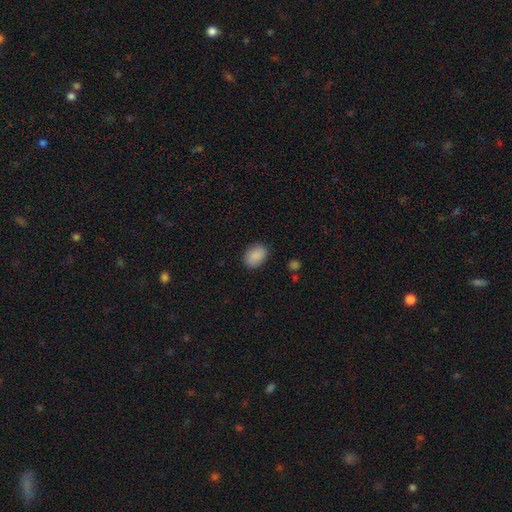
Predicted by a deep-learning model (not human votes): Smooth or featured? Predicted: smooth (p=0.89). How rounded? Predicted: in between (p=0.70). Merging? Predicted: none (p=0.86).